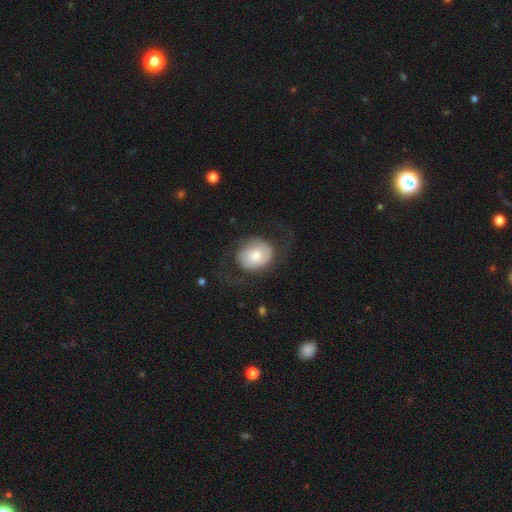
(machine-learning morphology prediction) Smooth or featured? Predicted: smooth (p=0.50). How rounded? Predicted: round (p=0.61). Merging? Predicted: none (p=0.57).